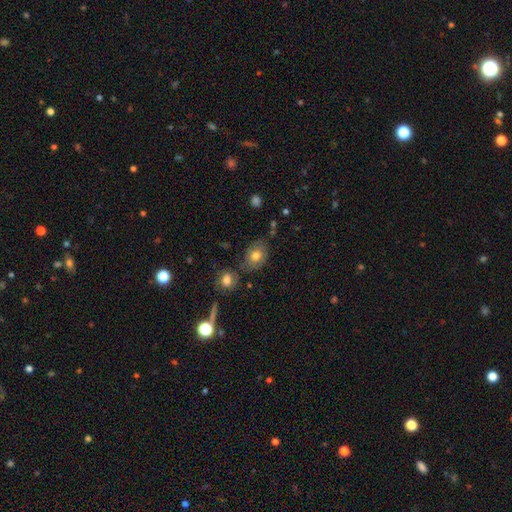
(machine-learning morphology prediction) smooth_or_featured: smooth (p=0.72) [alt: featured or disk p=0.18]
how_rounded: in between (p=0.64) [alt: round p=0.35]
merging: none (p=0.64) [alt: minor disturbance p=0.20]